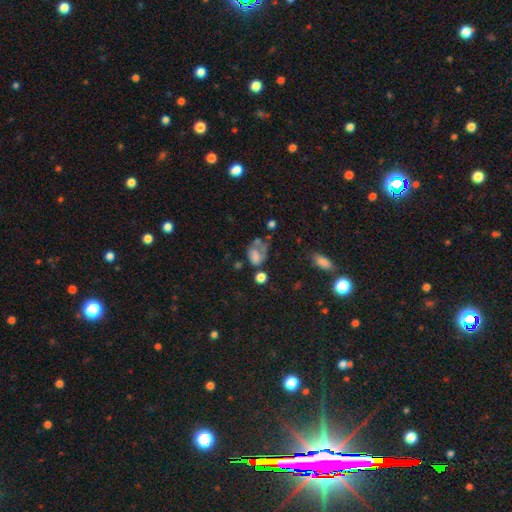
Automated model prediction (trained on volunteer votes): A smooth galaxy with no disk features (58%) that is in between round and cigar-shaped (67%).

Vote fractions:
- Smooth or featured? smooth: 58% / featured or disk: 28% / star or artifact: 14%
- How rounded? in between: 67% / round: 32% / cigar-shaped: 1%
- Merging? major disturbance: 35% / none: 23% / minor disturbance: 22% / merger: 20%